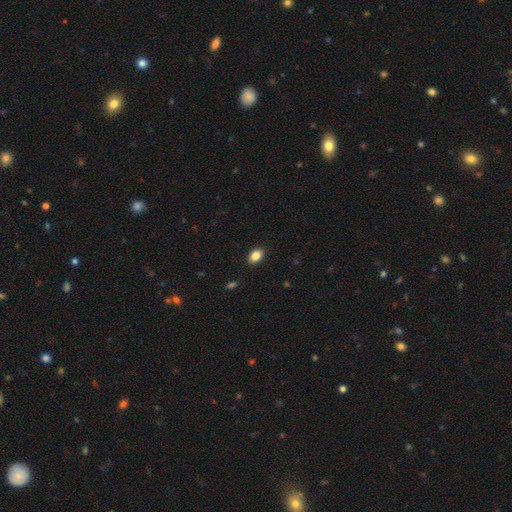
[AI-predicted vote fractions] smooth-or-featured: smooth: 86% | star or artifact: 8% | featured or disk: 5%
  how-rounded: in between: 86% | round: 13% | cigar-shaped: 2%
  merging: none: 89% | minor disturbance: 8% | major disturbance: 2% | merger: 1%